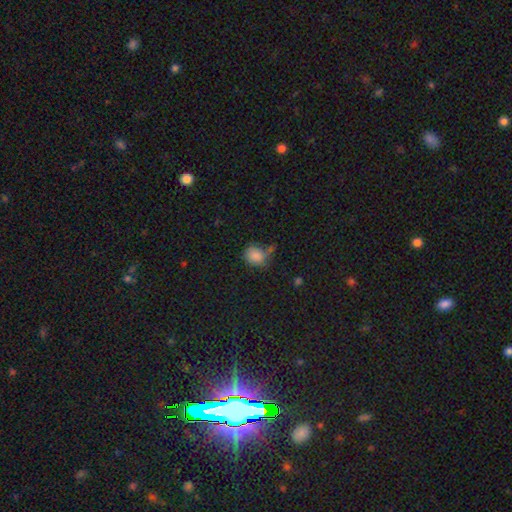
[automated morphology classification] Smooth or featured: smooth — 83% (star or artifact — 11%)
How rounded: round — 65% (in between — 34%)
Merging: none — 54% (minor disturbance — 25%)